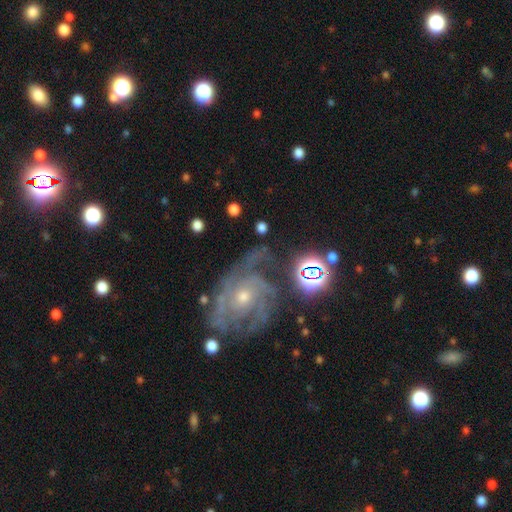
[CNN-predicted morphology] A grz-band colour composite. It shows a featured or disk galaxy (82%) with no bar (67%), tight (57%) spiral arms (96%) and a small central bulge (61%). Merging: none (60%).